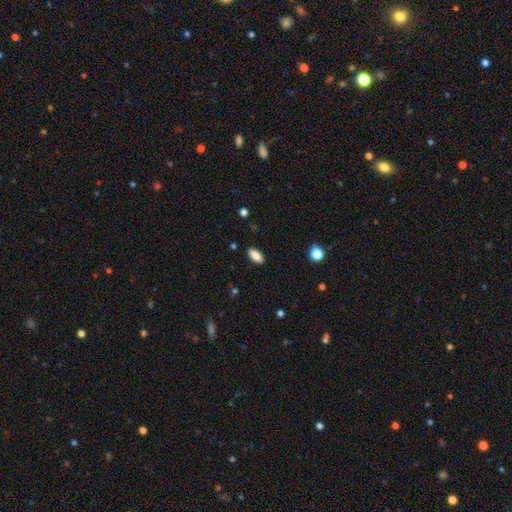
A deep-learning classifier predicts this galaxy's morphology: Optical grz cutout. It shows a smooth galaxy with no disk features (86%) that is in between round and cigar-shaped (88%). Merging: none (89%).